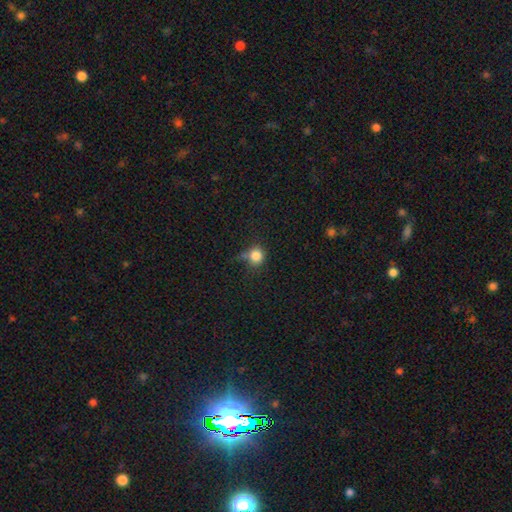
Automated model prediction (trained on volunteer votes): Smooth or featured? Predicted: smooth (p=0.82). How rounded? Predicted: round (p=0.85). Merging? Predicted: none (p=0.55).